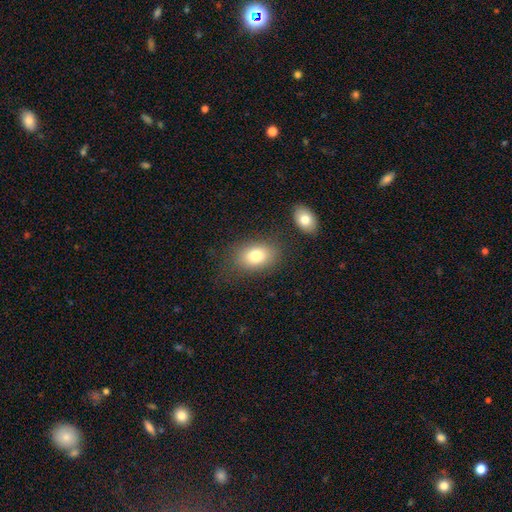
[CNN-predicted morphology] Overall: smooth (79%). How rounded: in between (81%). Merging: none (74%).